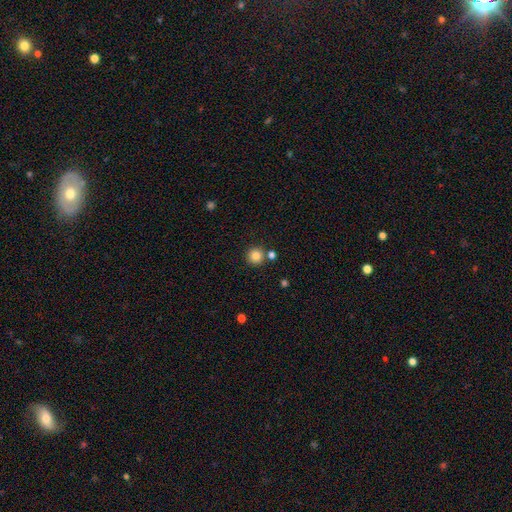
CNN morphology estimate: smooth_or_featured: smooth (p=0.85) [alt: star or artifact p=0.11]
how_rounded: round (p=0.95) [alt: in between p=0.04]
merging: none (p=0.80) [alt: merger p=0.10]